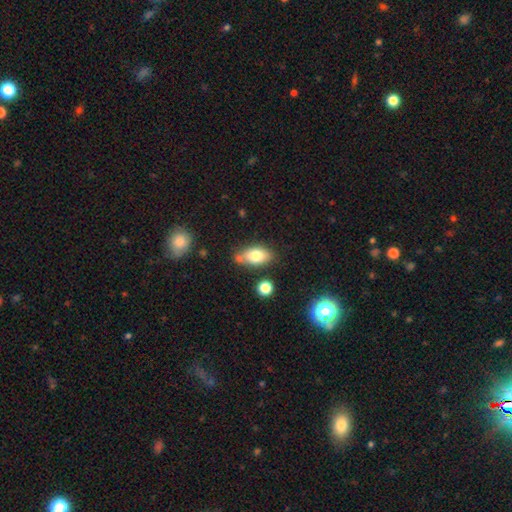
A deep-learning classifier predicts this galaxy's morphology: Overall: smooth (75%). How rounded: in between (87%). Merging: none (67%).